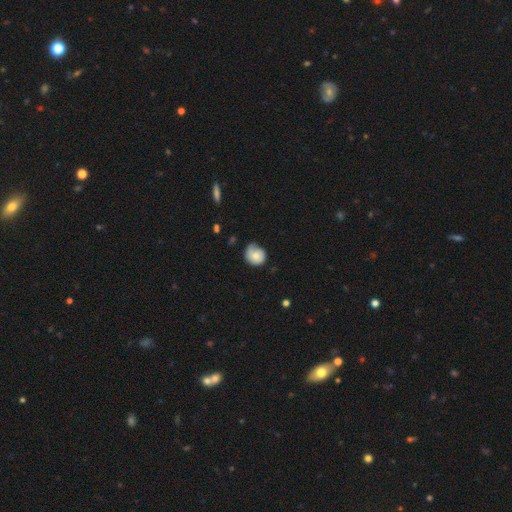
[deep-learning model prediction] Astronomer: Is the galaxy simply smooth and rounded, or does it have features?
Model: smooth — 67%.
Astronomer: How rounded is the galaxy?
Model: round — 77%.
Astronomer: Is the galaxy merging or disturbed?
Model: none — 46% (runner-up: minor disturbance, 38%).